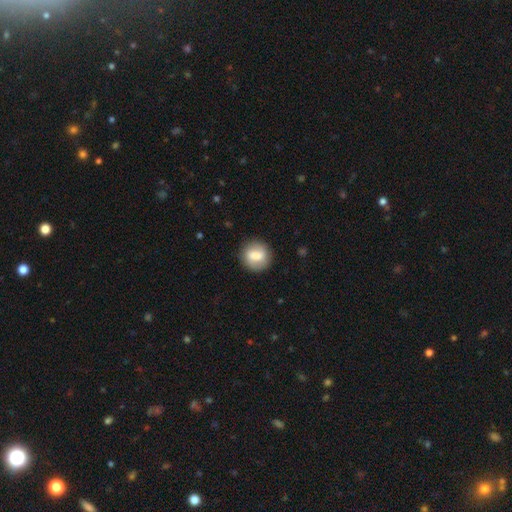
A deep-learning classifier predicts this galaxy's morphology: type=smooth (72%); roundness=round (81%); merging=none (84%).